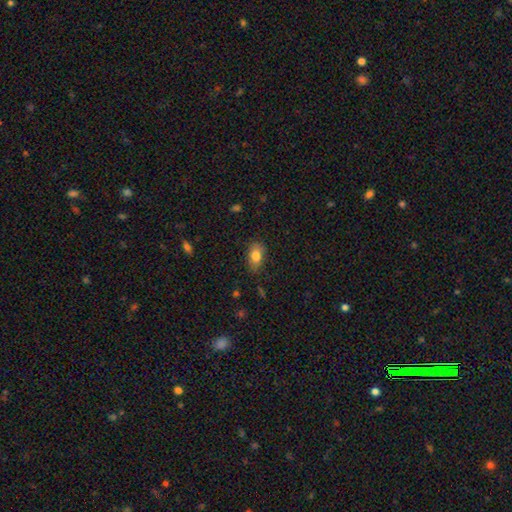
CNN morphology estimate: Smooth or featured? smooth (81%)
How rounded? in between (86%)
Merging? none (76%)